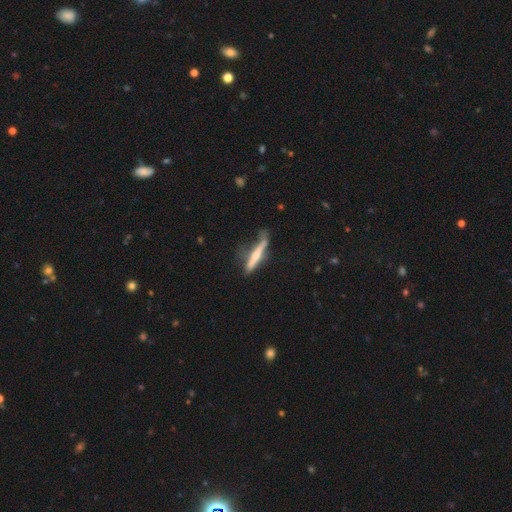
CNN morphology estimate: smooth_or_featured: featured or disk (p=0.48) [alt: smooth p=0.45]
merging: none (p=0.50) [alt: minor disturbance p=0.29]